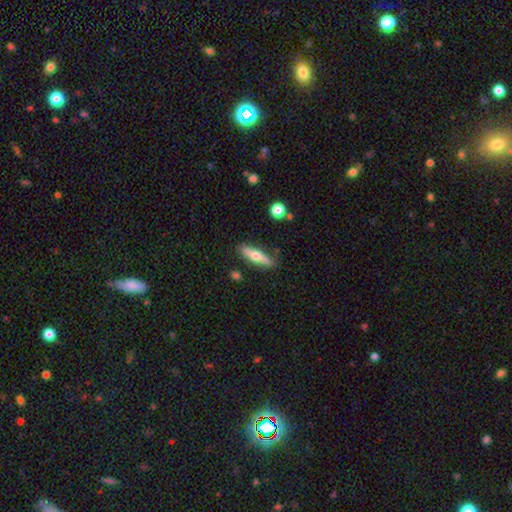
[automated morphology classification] smooth_or_featured: smooth (p=0.52) [alt: featured or disk p=0.42]
how_rounded: cigar-shaped (p=0.69) [alt: in between p=0.29]
merging: none (p=0.82) [alt: minor disturbance p=0.13]